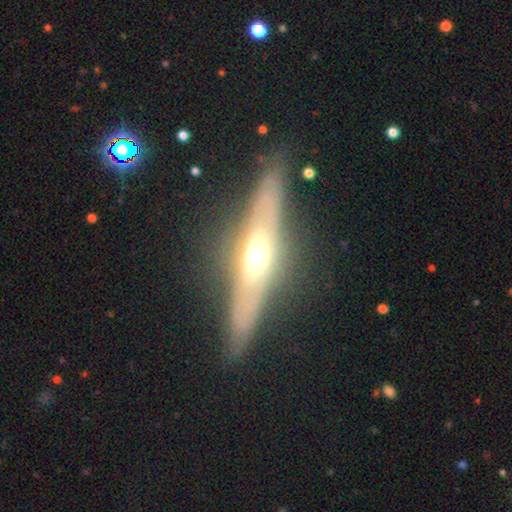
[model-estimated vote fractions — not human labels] This appears to be a featured or disk galaxy (78%) viewed edge-on (89%) with a rounded central bulge (81%). Merging: none (82%).